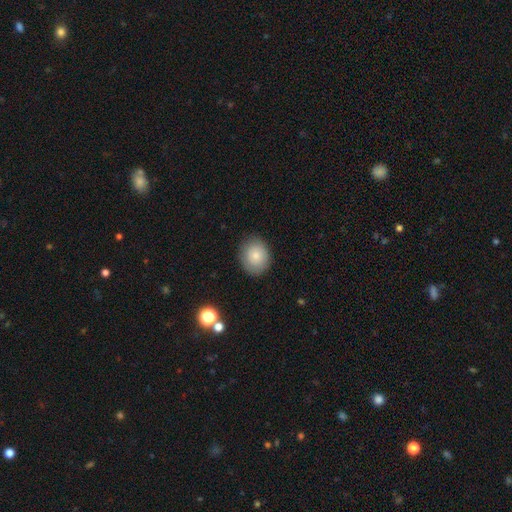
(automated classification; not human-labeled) This is clearly a smooth galaxy (84%). How rounded: possibly round (60%). Merging: clearly none (86%).